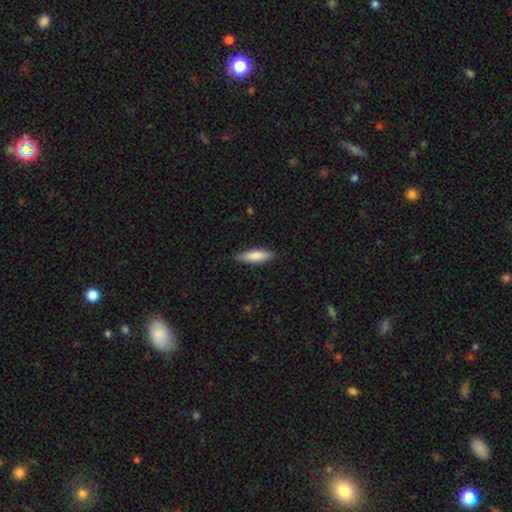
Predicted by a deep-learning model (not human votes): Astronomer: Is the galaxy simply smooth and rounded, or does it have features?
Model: smooth — 79%.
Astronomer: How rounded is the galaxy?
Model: cigar-shaped — 66%.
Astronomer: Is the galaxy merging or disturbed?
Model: none — 87%.